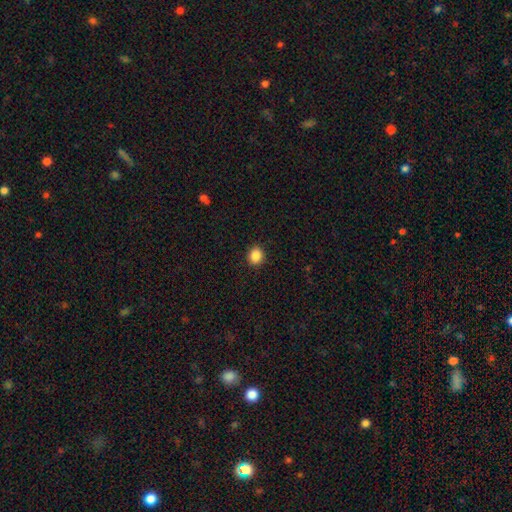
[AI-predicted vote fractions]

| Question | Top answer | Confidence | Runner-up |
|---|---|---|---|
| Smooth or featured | smooth | 88% | star or artifact (9%) |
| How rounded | round | 69% | in between (30%) |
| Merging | none | 91% | minor disturbance (6%) |